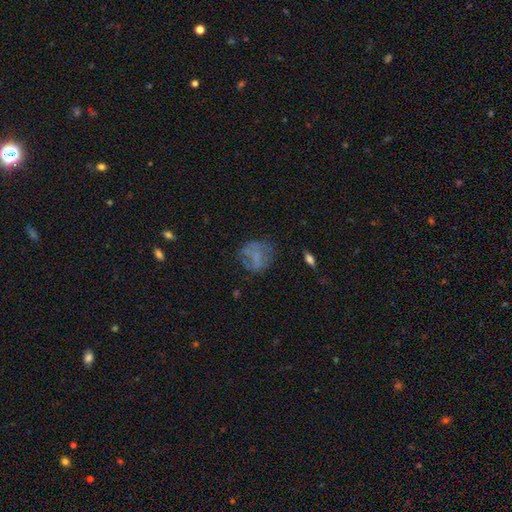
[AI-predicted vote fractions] smooth 51%, featured or disk 34%, star or artifact 14%. Down the decision tree: how rounded — round (65%); merging — none (57%).